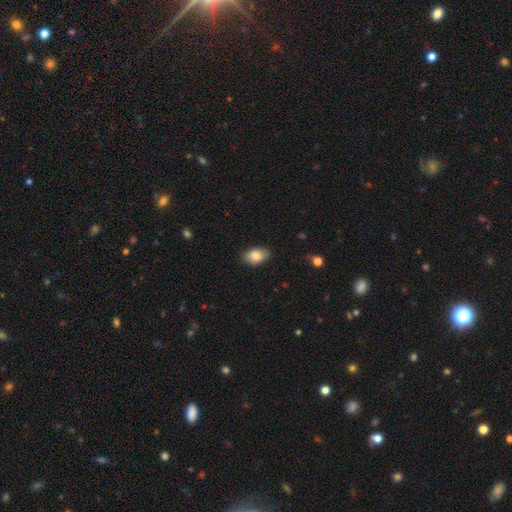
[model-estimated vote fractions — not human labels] Q: Smooth or featured?
A: smooth (85%); runner-up: featured or disk (7%)
Q: How rounded?
A: in between (87%); runner-up: round (11%)
Q: Merging?
A: none (83%); runner-up: minor disturbance (14%)